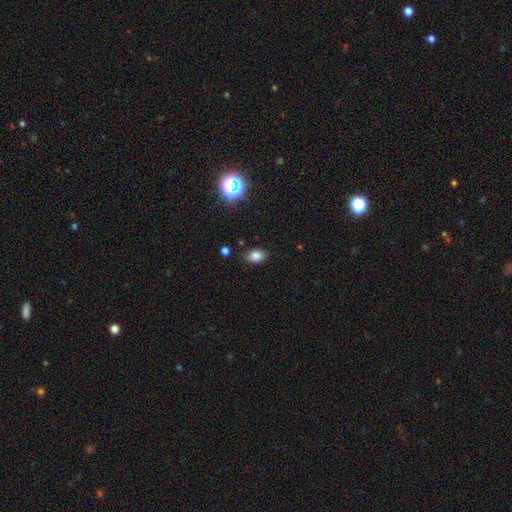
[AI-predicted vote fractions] Smooth or featured? Predicted: smooth (p=0.80). How rounded? Predicted: in between (p=0.73). Merging? Predicted: none (p=0.85).